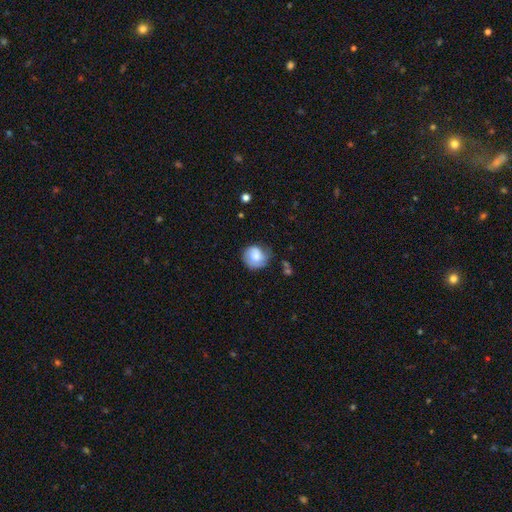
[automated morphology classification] Smooth or featured? smooth (71%)
How rounded? round (86%)
Merging? none (60%)